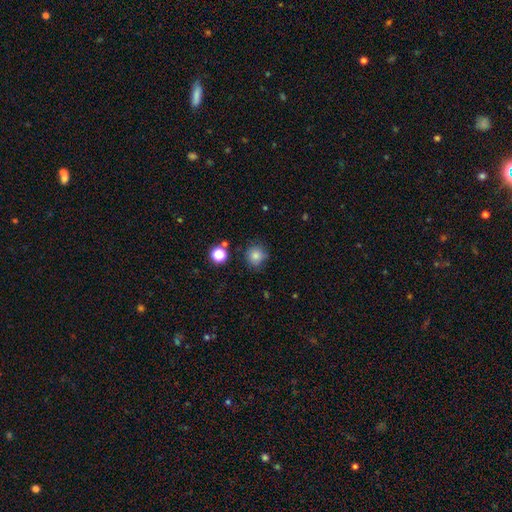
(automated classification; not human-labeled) smooth_or_featured: smooth (p=0.82) [alt: star or artifact p=0.12]
how_rounded: round (p=0.90) [alt: in between p=0.09]
merging: none (p=0.77) [alt: minor disturbance p=0.15]